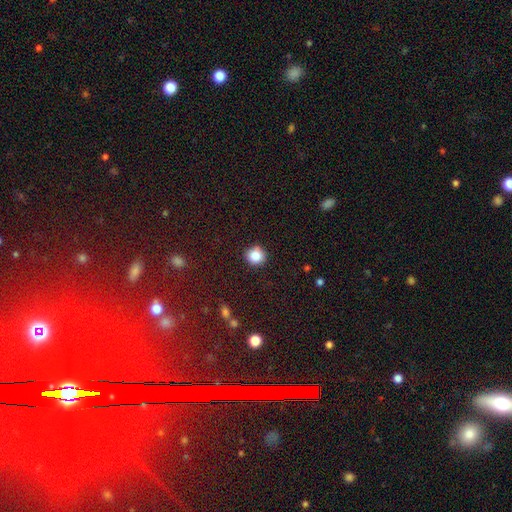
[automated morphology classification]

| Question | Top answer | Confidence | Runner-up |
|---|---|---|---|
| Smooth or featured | smooth | 84% | star or artifact (11%) |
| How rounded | round | 92% | in between (7%) |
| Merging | none | 88% | minor disturbance (7%) |